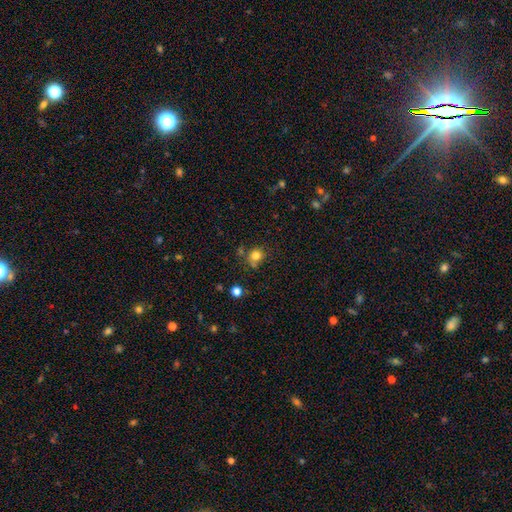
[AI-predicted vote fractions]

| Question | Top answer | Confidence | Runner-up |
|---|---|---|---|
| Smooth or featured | smooth | 79% | star or artifact (14%) |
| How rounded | round | 79% | in between (20%) |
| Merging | none | 64% | minor disturbance (19%) |